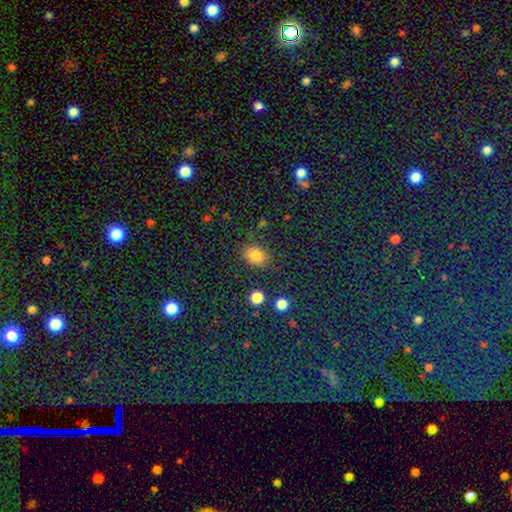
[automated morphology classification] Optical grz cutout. It shows a smooth galaxy with no disk features (82%) that is in between round and cigar-shaped (66%). Merging: none (81%).